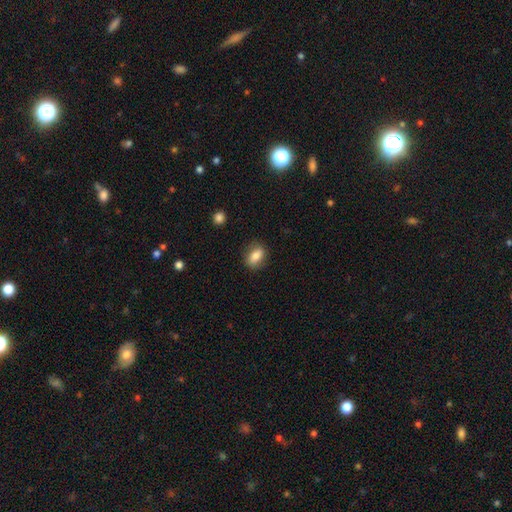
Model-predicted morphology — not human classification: type=smooth (79%); roundness=in between (77%); merging=none (83%).